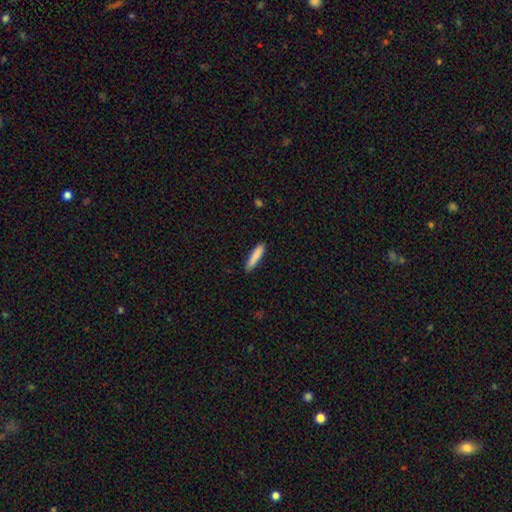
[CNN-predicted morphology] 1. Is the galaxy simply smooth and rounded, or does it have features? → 86% smooth, 8% featured or disk, 6% star or artifact.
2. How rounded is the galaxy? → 84% cigar-shaped, 15% in between, 1% round.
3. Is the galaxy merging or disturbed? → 87% none, 10% minor disturbance, 2% major disturbance, 1% merger.